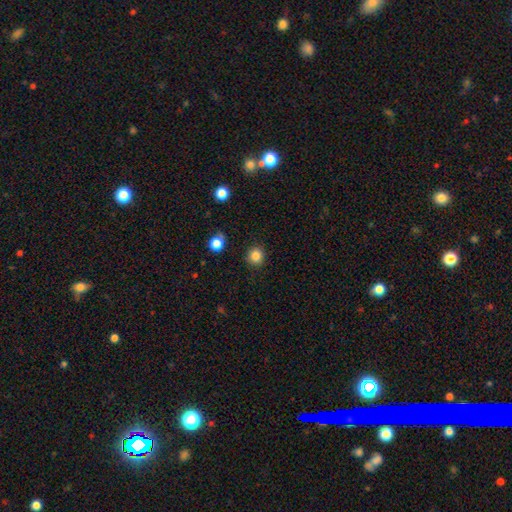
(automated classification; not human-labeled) The model was most divided on "smooth or featured": smooth: 84%, star or artifact: 12%, featured or disk: 4%. More confident: how rounded — round (91%); merging — none (89%).